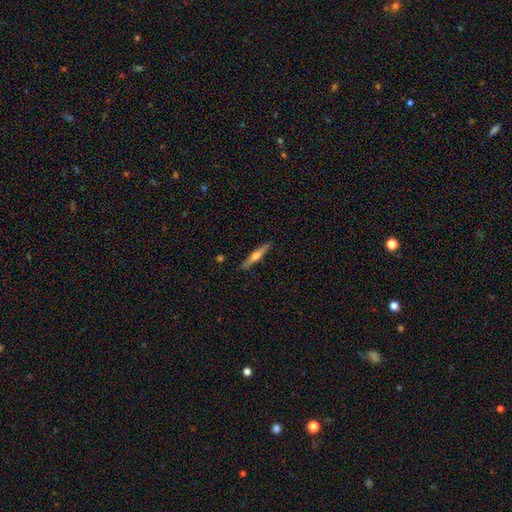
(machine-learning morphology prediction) Smooth or featured? featured or disk (48%)
Merging? none (88%)